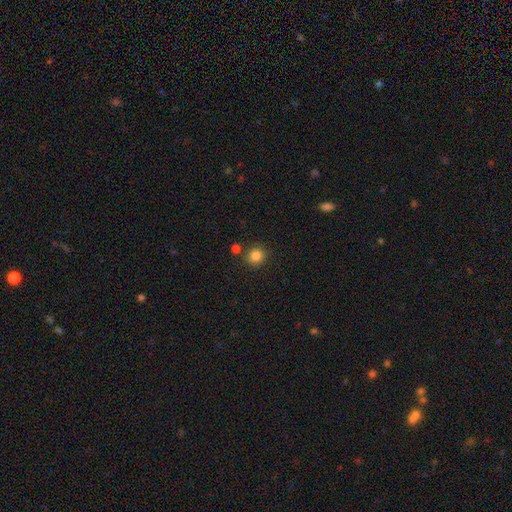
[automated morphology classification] smooth 84%, star or artifact 11%, featured or disk 4%. Down the decision tree: how rounded — round (89%); merging — none (81%).